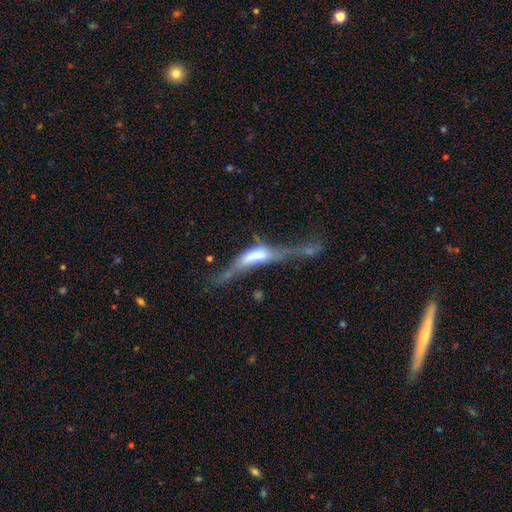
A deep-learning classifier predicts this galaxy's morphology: smooth_or_featured: featured or disk (p=0.55) [alt: smooth p=0.38]
disk_edge_on: yes (p=0.62) [alt: no p=0.38]
merging: major disturbance (p=0.41) [alt: none p=0.22]